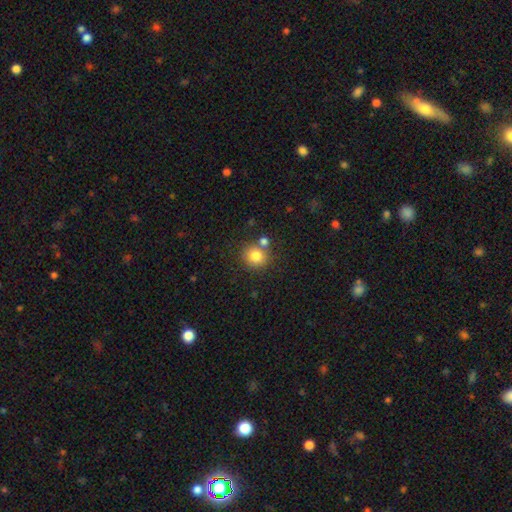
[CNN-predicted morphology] smooth-or-featured: smooth: 81% | star or artifact: 11% | featured or disk: 8%
  how-rounded: round: 86% | in between: 13% | cigar-shaped: 1%
  merging: none: 69% | merger: 18% | minor disturbance: 10% | major disturbance: 3%